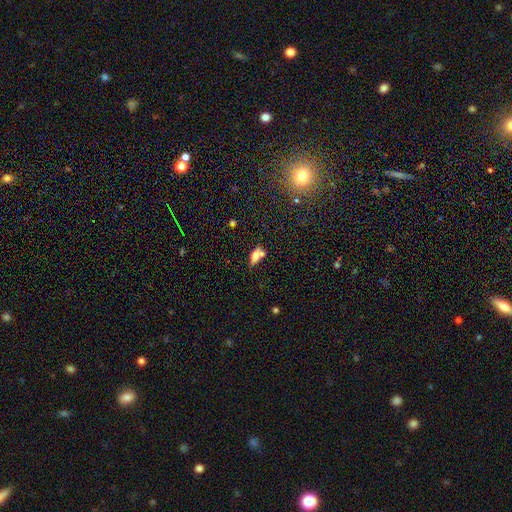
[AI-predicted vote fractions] smooth_or_featured: smooth (p=0.60) [alt: featured or disk p=0.29]
how_rounded: in between (p=0.76) [alt: cigar-shaped p=0.15]
merging: none (p=0.43) [alt: merger p=0.31]